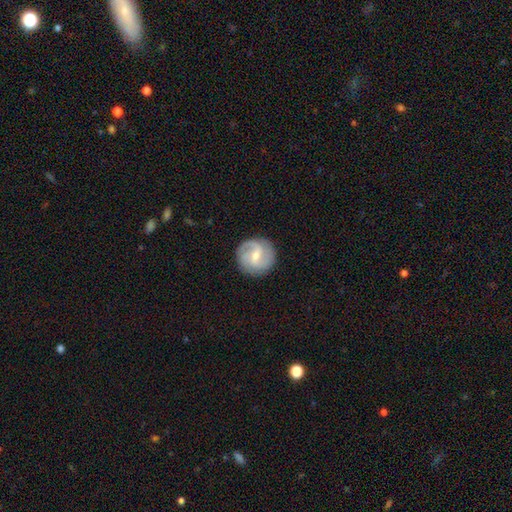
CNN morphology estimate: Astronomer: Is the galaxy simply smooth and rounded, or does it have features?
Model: featured or disk — 80%.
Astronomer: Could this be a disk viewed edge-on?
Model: no — 98%.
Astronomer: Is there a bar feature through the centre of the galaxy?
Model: weak — 58%.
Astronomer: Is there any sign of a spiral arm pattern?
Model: yes — 95%.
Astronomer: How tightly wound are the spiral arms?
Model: medium — 48% (runner-up: loose, 26%).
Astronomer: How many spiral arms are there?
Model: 2 — 63%.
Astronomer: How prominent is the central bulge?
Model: small — 52% (runner-up: moderate, 44%).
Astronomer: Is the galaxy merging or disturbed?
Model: none — 85%.